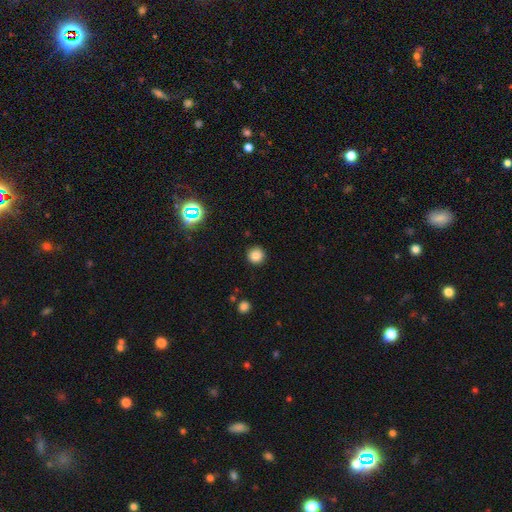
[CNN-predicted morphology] Overall: smooth (83%). How rounded: round (95%). Merging: none (91%).